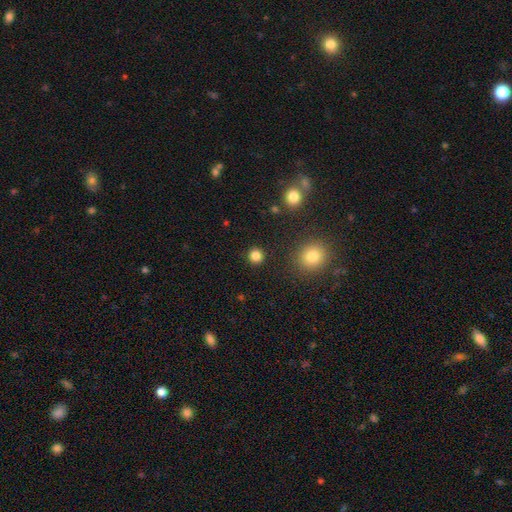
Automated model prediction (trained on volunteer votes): Smooth or featured?
  - smooth: 83% *
  - star or artifact: 13%
  - featured or disk: 4%
How rounded?
  - round: 93% *
  - in between: 6%
  - cigar-shaped: 1%
Merging?
  - none: 91% *
  - minor disturbance: 5%
  - major disturbance: 2%
  - merger: 2%